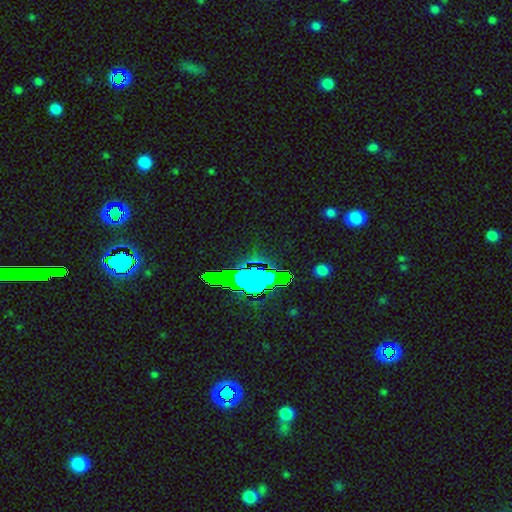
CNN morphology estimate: Smooth or featured? Predicted: star or artifact (p=0.64).